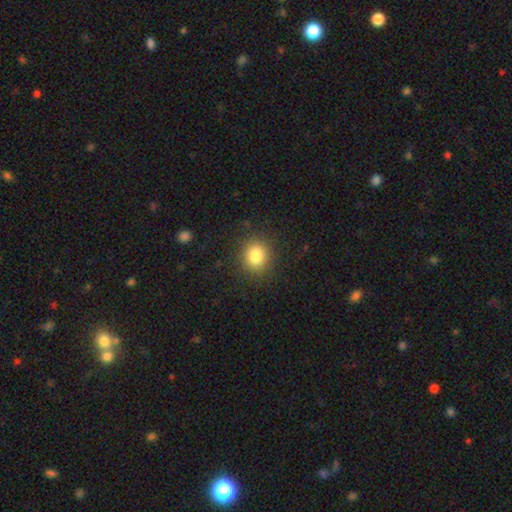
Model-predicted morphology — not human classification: type=smooth (82%); roundness=round (73%); merging=none (87%).